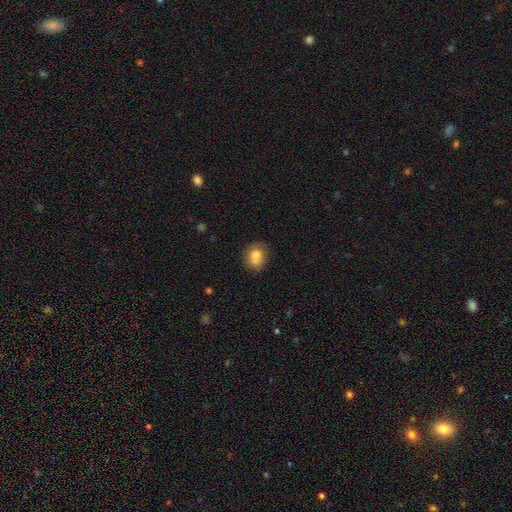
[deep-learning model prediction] Smooth or featured? Predicted: smooth (p=0.72). How rounded? Predicted: round (p=0.68). Merging? Predicted: none (p=0.51).